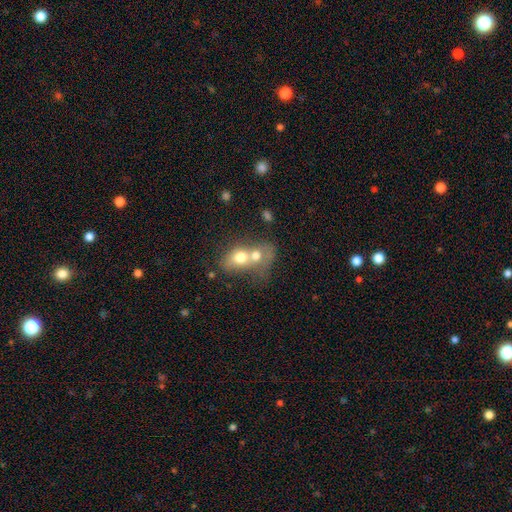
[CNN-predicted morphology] smooth 66%, featured or disk 25%, star or artifact 9%. Down the decision tree: how rounded — in between (56%); merging — merger (79%).